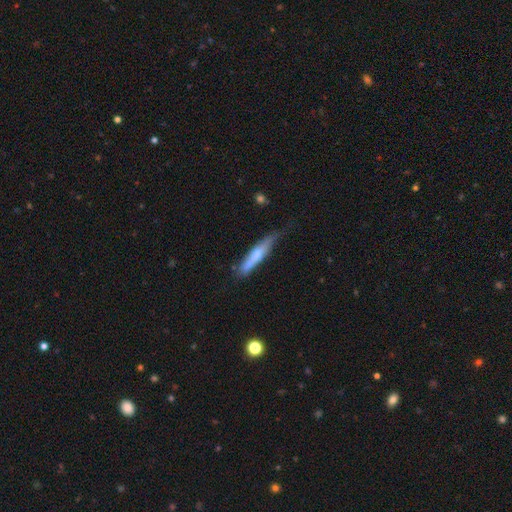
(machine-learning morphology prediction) smooth 55%, featured or disk 39%, star or artifact 5%. Down the decision tree: how rounded — cigar-shaped (88%); merging — none (55%).